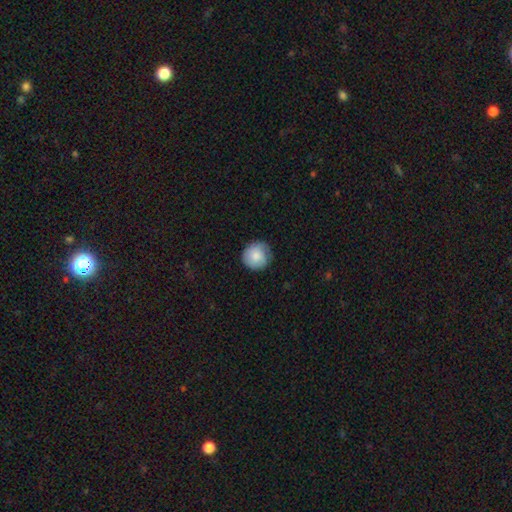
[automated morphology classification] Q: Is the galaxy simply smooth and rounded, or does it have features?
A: smooth — 79%.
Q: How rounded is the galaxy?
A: round — 91%.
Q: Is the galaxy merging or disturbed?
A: none — 74%.